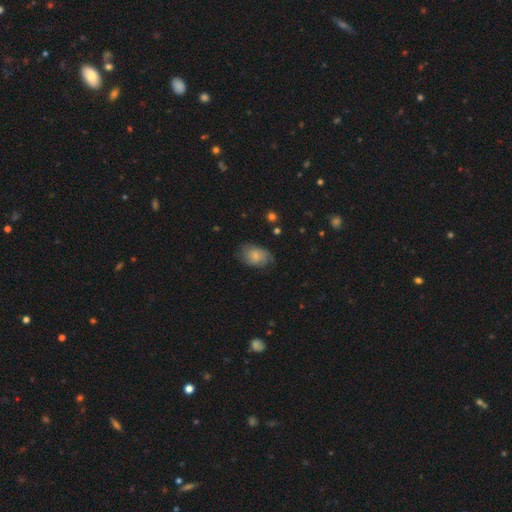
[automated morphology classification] Overall: smooth (62%; featured or disk 30%). How rounded: in between (79%). Merging: none (60%; minor disturbance 29%).